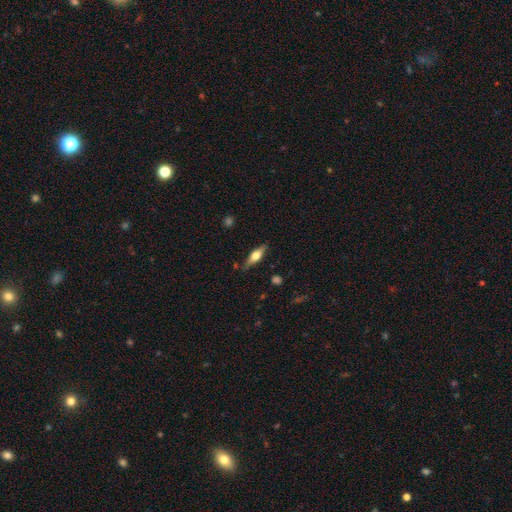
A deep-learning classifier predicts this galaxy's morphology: Smooth or featured: featured or disk — 57% (smooth — 36%)
Edge-on disk: yes — 94% (no — 6%)
Edge-on bulge: rounded — 91% (boxy — 7%)
Merging: none — 83% (minor disturbance — 12%)